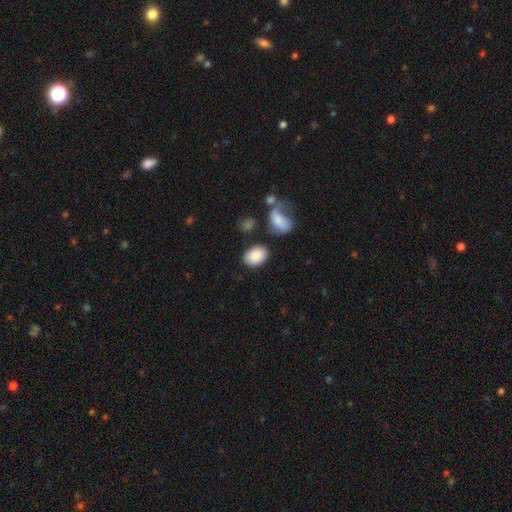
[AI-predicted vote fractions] smooth_or_featured: smooth (p=0.87) [alt: star or artifact p=0.07]
how_rounded: in between (p=0.84) [alt: round p=0.15]
merging: none (p=0.76) [alt: minor disturbance p=0.12]